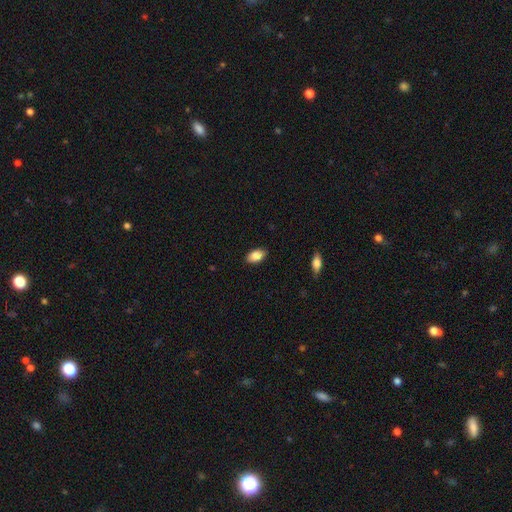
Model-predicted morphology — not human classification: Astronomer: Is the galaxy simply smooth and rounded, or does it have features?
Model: smooth — 87%.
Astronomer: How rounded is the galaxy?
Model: in between — 93%.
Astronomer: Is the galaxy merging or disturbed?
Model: none — 88%.